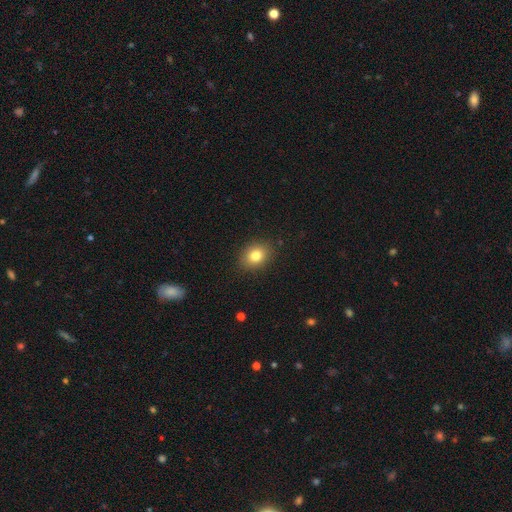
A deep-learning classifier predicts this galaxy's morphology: Smooth or featured? Predicted: smooth (p=0.80). How rounded? Predicted: in between (p=0.56). Merging? Predicted: none (p=0.87).